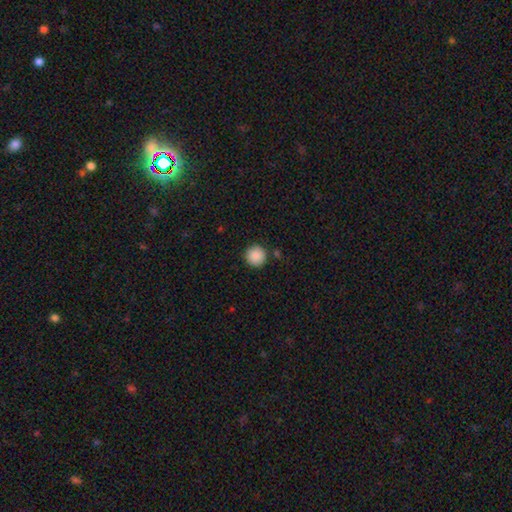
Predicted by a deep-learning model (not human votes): Overall: smooth (89%). How rounded: round (95%). Merging: none (88%).